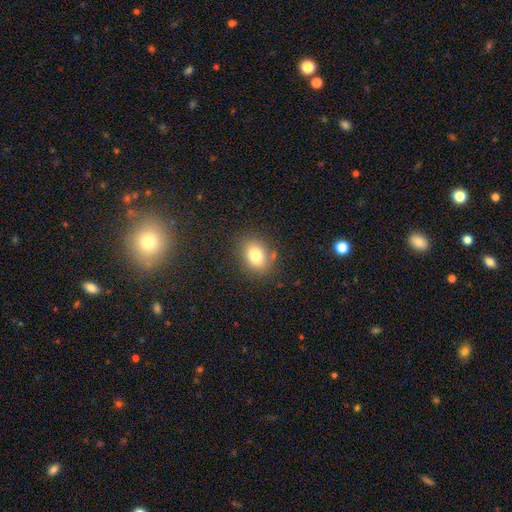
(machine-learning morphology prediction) smooth_or_featured: smooth (p=0.79) [alt: star or artifact p=0.11]
how_rounded: in between (p=0.63) [alt: round p=0.36]
merging: none (p=0.80) [alt: minor disturbance p=0.13]